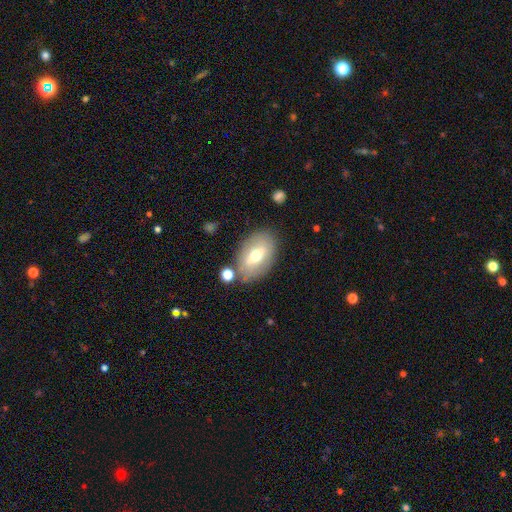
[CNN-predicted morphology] Smooth or featured? smooth (54%)
How rounded? in between (88%)
Merging? none (78%)